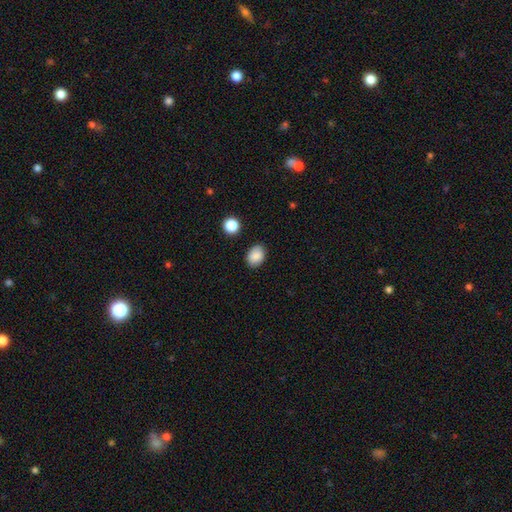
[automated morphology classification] Smooth or featured?
  - smooth: 87% *
  - star or artifact: 8%
  - featured or disk: 4%
How rounded?
  - in between: 65% *
  - round: 34%
  - cigar-shaped: 1%
Merging?
  - none: 85% *
  - minor disturbance: 11%
  - major disturbance: 2%
  - merger: 2%